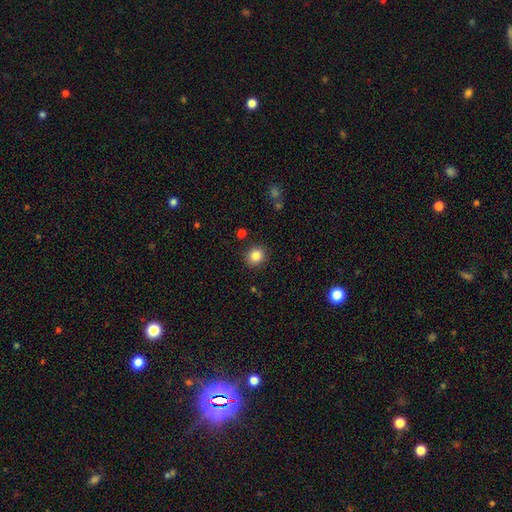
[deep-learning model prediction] smooth_or_featured: smooth (p=0.85) [alt: star or artifact p=0.11]
how_rounded: round (p=0.83) [alt: in between p=0.16]
merging: none (p=0.89) [alt: minor disturbance p=0.07]